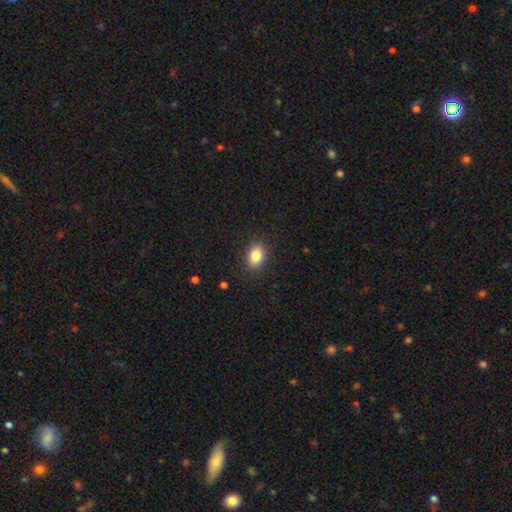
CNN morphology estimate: The model was most divided on "how rounded": in between: 79%, round: 20%, cigar-shaped: 1%. More confident: merging — none (87%); smooth or featured — smooth (84%).